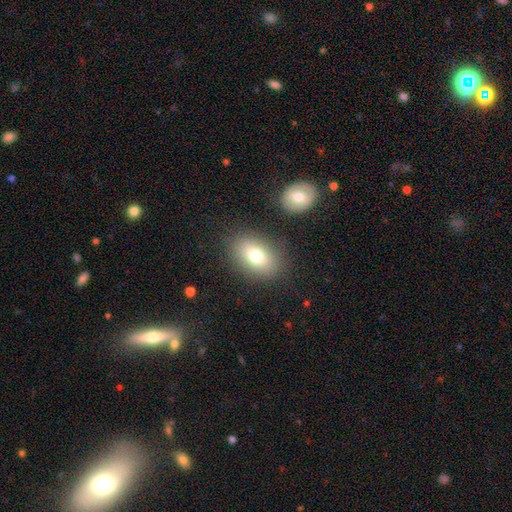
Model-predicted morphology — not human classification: smooth_or_featured: smooth (p=0.76) [alt: featured or disk p=0.14]
how_rounded: in between (p=0.82) [alt: round p=0.16]
merging: none (p=0.82) [alt: minor disturbance p=0.10]